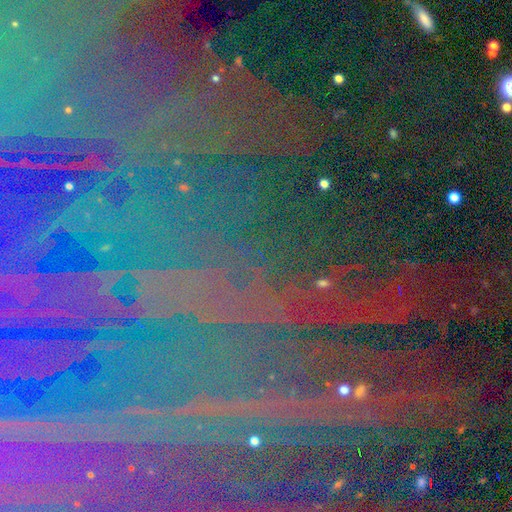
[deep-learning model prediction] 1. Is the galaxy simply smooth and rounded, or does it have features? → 87% star or artifact, 7% featured or disk, 6% smooth.